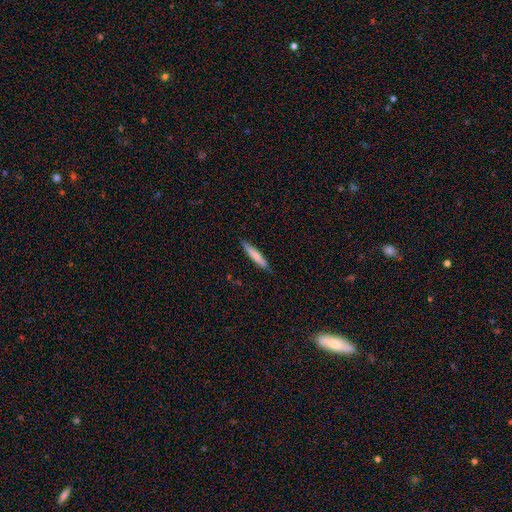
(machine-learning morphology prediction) type=smooth (73%); roundness=cigar-shaped (91%); merging=none (87%).